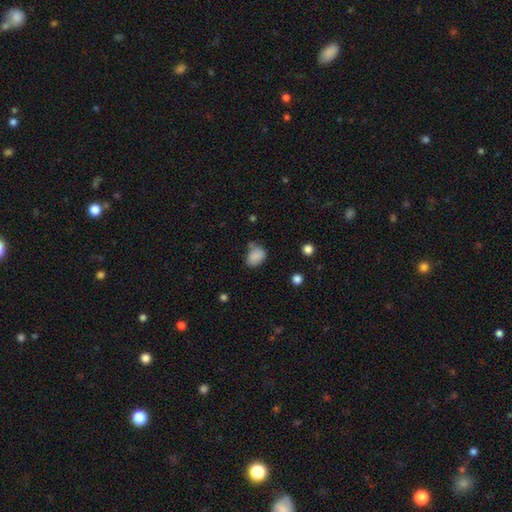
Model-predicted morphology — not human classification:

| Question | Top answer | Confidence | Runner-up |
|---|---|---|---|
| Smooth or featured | smooth | 85% | star or artifact (10%) |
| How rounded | in between | 75% | round (24%) |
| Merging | none | 57% | minor disturbance (27%) |